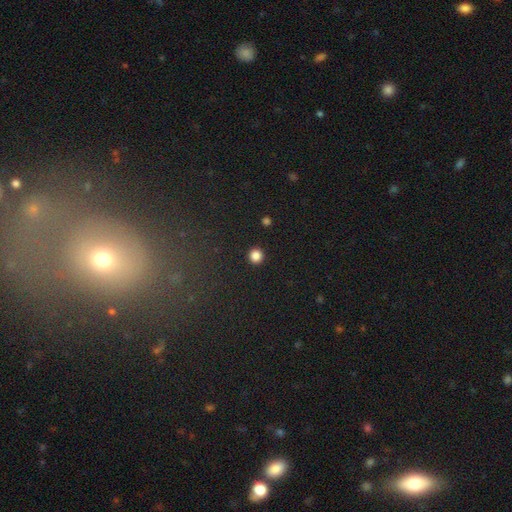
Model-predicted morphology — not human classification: Smooth or featured?
  - smooth: 85% *
  - star or artifact: 12%
  - featured or disk: 3%
How rounded?
  - round: 94% *
  - in between: 5%
  - cigar-shaped: 1%
Merging?
  - none: 93% *
  - minor disturbance: 4%
  - major disturbance: 2%
  - merger: 1%